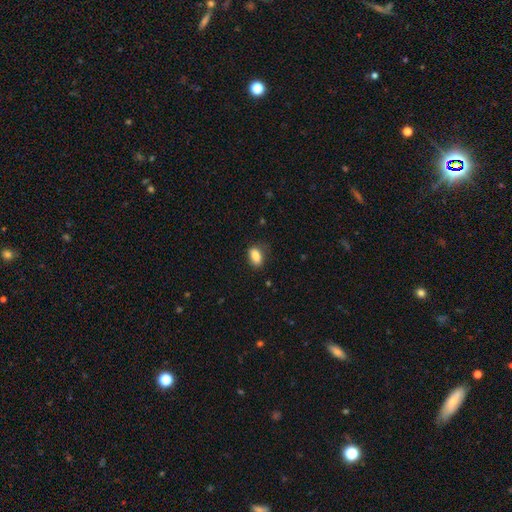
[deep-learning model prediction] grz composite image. It shows a smooth galaxy with no disk features (84%) that is in between round and cigar-shaped (86%). Merging: none (76%).